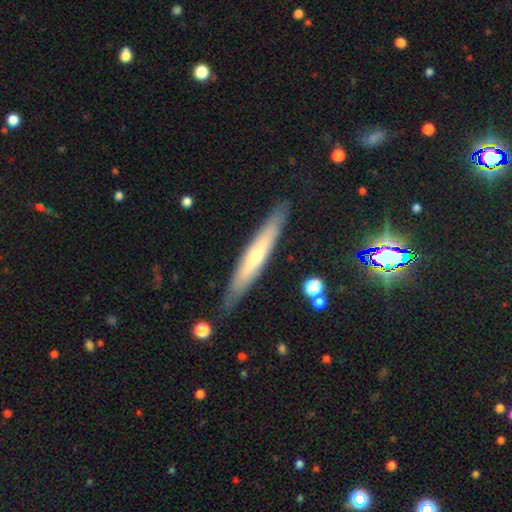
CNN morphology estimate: type=featured or disk (52%); edge-on=yes (85%); merging=none (86%).